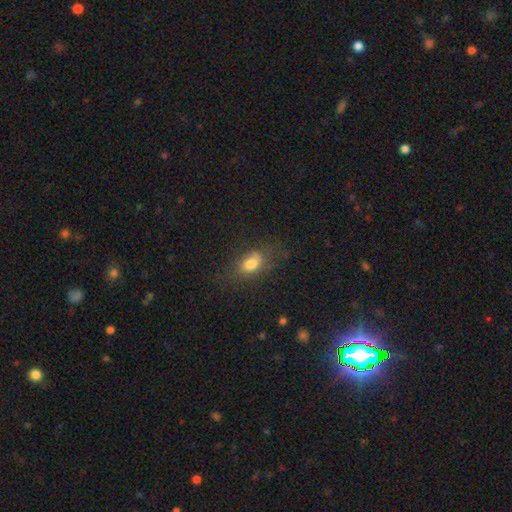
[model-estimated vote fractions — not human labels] smooth-or-featured: smooth: 66% | star or artifact: 19% | featured or disk: 16%
  how-rounded: in between: 74% | round: 17% | cigar-shaped: 8%
  merging: none: 68% | minor disturbance: 20% | major disturbance: 9% | merger: 3%